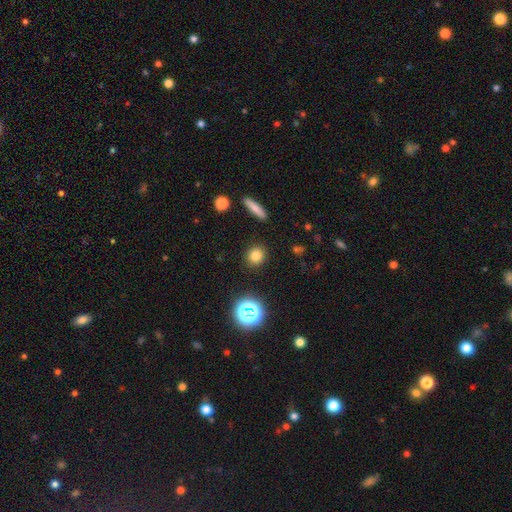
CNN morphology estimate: Overall: smooth (79%). How rounded: round (83%). Merging: none (91%).